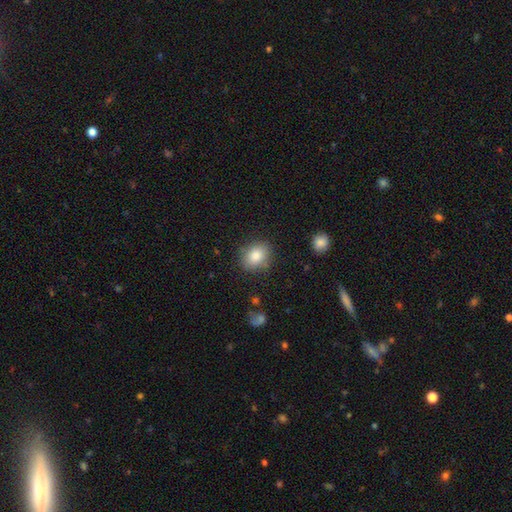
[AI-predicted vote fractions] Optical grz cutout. It shows a smooth galaxy with no disk features (84%) that is round (53%). Merging: none (83%).